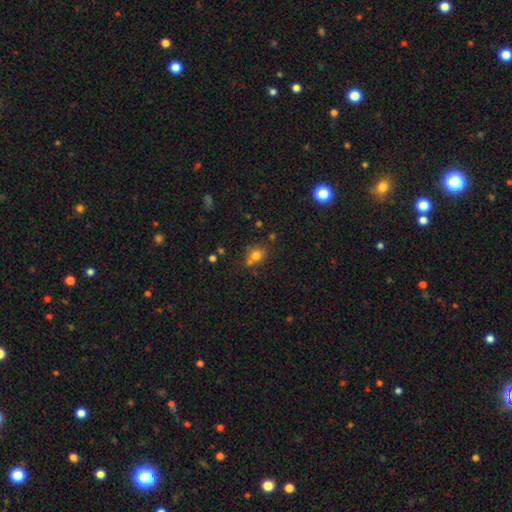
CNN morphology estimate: A smooth galaxy with no disk features (75%) that is round (75%).

Vote fractions:
- Smooth or featured? smooth: 75% / star or artifact: 16% / featured or disk: 10%
- How rounded? round: 75% / in between: 24% / cigar-shaped: 1%
- Merging? none: 59% / merger: 24% / minor disturbance: 13% / major disturbance: 4%